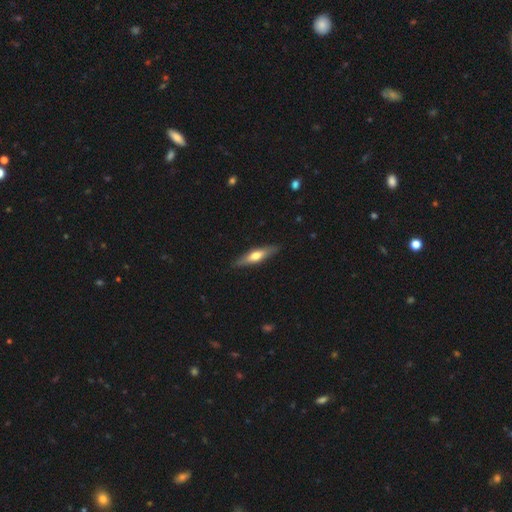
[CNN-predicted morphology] A featured or disk galaxy (49%). Merging: none (88%).